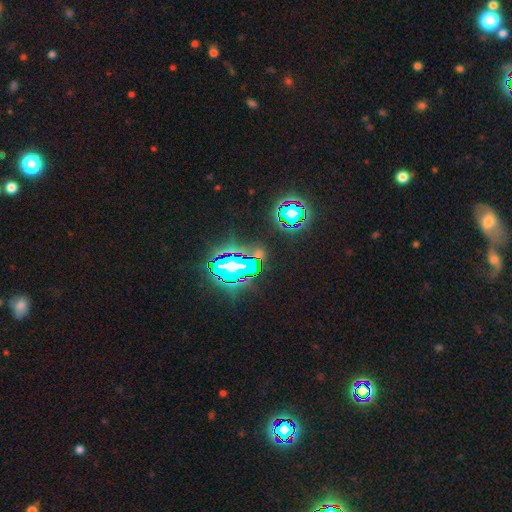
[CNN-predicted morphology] A star or artifact, not a galaxy (75%).